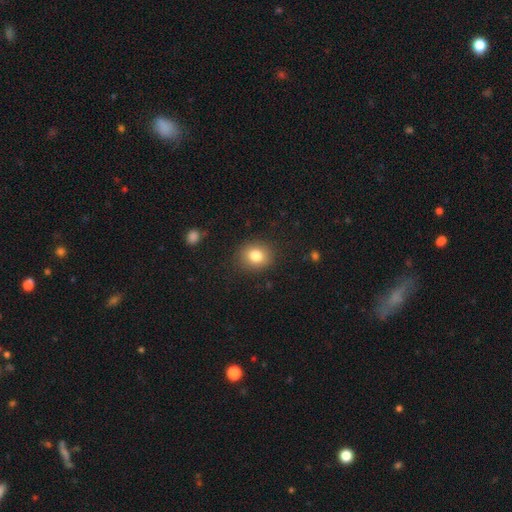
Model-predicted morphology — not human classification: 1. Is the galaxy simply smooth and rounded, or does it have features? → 81% smooth, 11% star or artifact, 9% featured or disk.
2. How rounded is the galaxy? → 70% round, 29% in between, 1% cigar-shaped.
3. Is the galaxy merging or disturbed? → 87% none, 9% minor disturbance, 3% major disturbance, 1% merger.